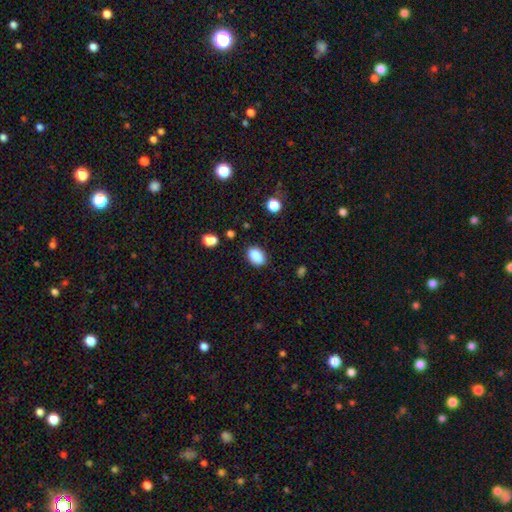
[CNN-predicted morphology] Smooth or featured?
  - smooth: 87% *
  - star or artifact: 9%
  - featured or disk: 4%
How rounded?
  - in between: 85% *
  - round: 14%
  - cigar-shaped: 2%
Merging?
  - none: 81% *
  - minor disturbance: 13%
  - major disturbance: 3%
  - merger: 2%